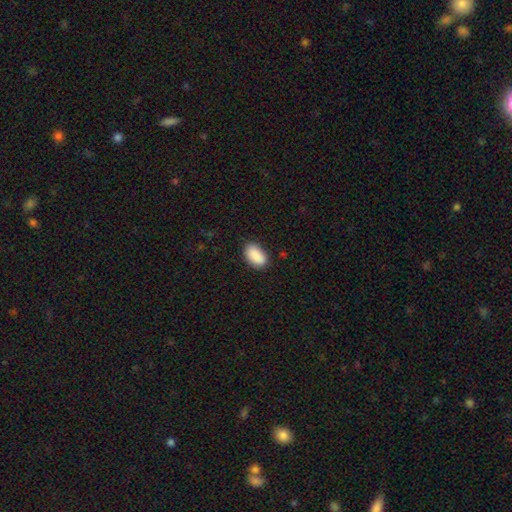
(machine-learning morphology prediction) Smooth or featured? Predicted: smooth (p=0.90). How rounded? Predicted: in between (p=0.93). Merging? Predicted: none (p=0.83).